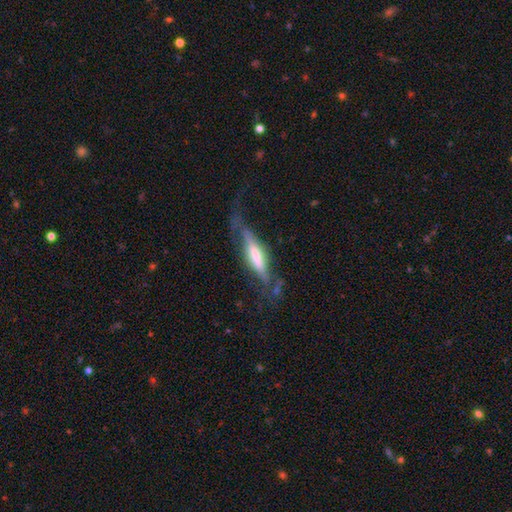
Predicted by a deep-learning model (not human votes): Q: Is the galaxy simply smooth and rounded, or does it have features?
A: featured or disk — 59%.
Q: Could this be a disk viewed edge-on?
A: yes — 74%.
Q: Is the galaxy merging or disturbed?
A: none — 45%.